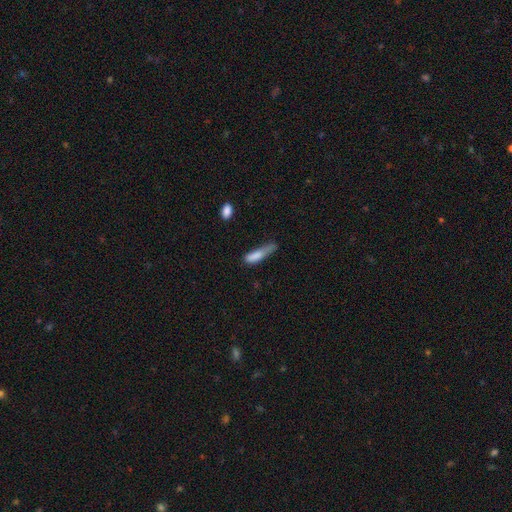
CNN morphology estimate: This is likely a smooth galaxy (78%). How rounded: likely cigar-shaped (72%). Merging: marginally minor disturbance (38%).